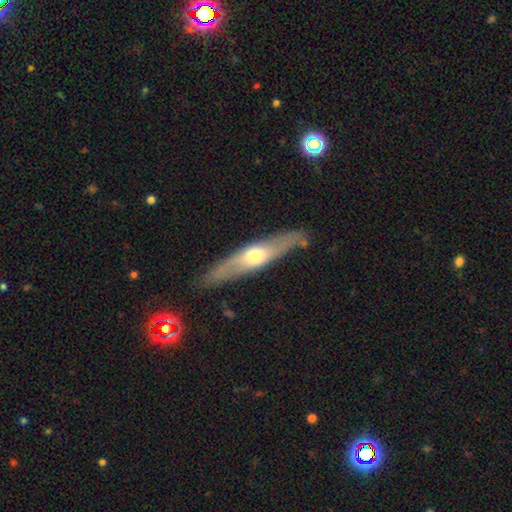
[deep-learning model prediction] featured or disk 56%, smooth 39%, star or artifact 5%. Down the decision tree: edge-on disk — yes (71%); merging — none (83%).